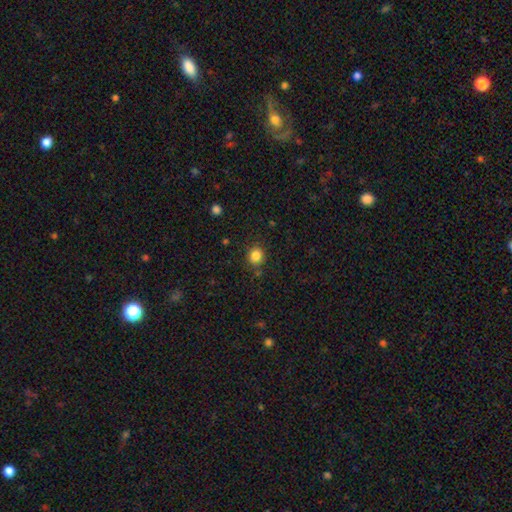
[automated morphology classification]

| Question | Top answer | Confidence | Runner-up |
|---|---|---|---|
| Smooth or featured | smooth | 84% | star or artifact (11%) |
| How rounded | round | 82% | in between (17%) |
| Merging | none | 86% | minor disturbance (9%) |